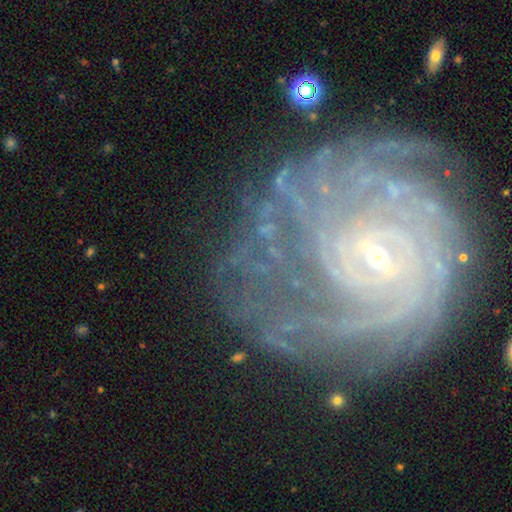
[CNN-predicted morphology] Smooth or featured? featured or disk (88%)
Edge-on disk? no (98%)
Bar? no (42%)
Spiral arms? yes (98%)
Spiral winding? tight (79%)
Spiral arm count? can't tell (25%)
Bulge size? small (83%)
Merging? none (68%)